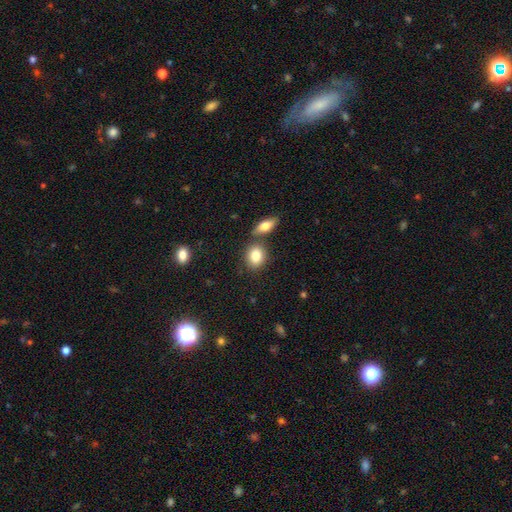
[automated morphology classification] This is clearly a smooth galaxy (82%). How rounded: possibly in between (52%). Merging: likely none (66%).